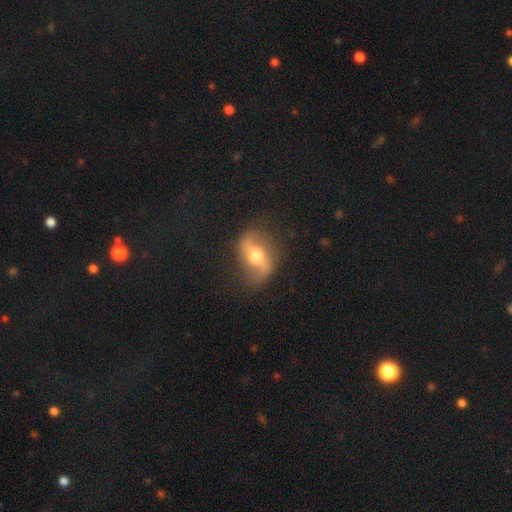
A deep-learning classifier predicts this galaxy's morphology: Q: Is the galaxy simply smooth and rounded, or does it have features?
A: featured or disk — 74%.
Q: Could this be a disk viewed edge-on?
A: no — 90%.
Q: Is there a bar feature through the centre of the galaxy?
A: strong — 41%.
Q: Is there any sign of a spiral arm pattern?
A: yes — 83%.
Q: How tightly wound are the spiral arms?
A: loose — 72%.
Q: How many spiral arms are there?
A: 2 — 91%.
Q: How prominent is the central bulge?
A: moderate — 70%.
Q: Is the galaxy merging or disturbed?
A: none — 78%.